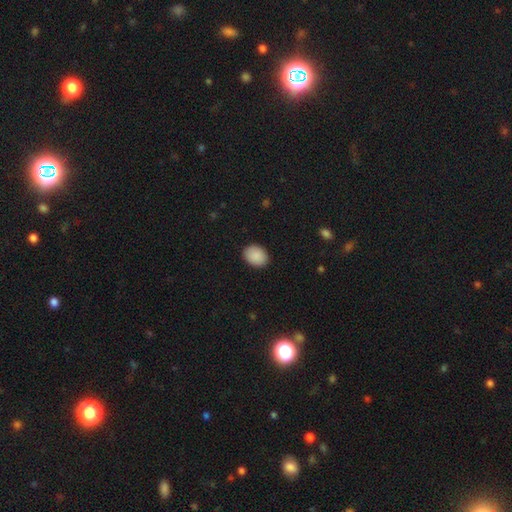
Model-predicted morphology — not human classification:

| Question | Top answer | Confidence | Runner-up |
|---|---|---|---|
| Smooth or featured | smooth | 90% | star or artifact (7%) |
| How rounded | in between | 63% | round (36%) |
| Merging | none | 89% | minor disturbance (8%) |